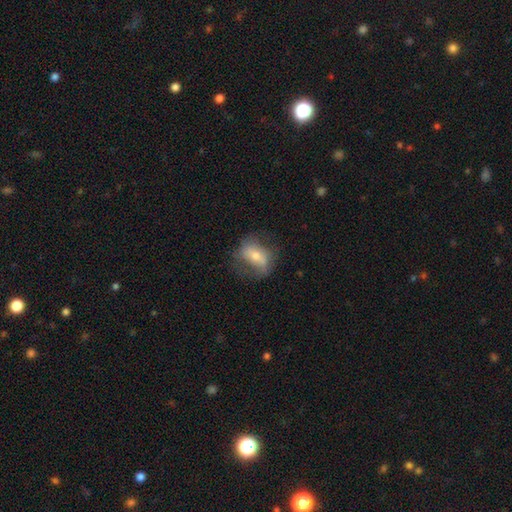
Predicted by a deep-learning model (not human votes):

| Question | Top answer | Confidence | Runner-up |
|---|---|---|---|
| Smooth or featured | featured or disk | 49% | smooth (42%) |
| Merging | none | 61% | minor disturbance (23%) |